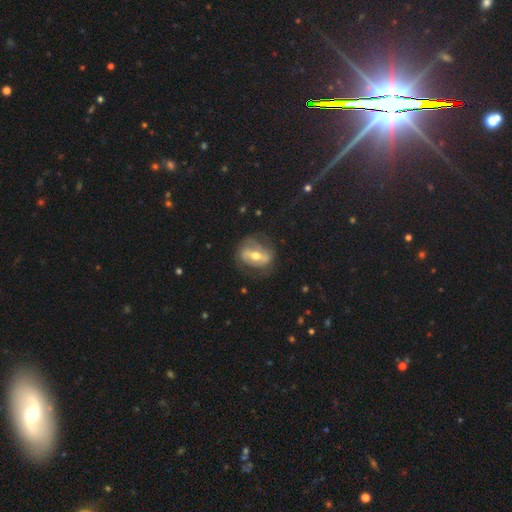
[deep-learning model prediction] Morphology: type=featured or disk (68%); edge-on=no (87%); bar=strong (60%); spiral arms=no (54%); bulge=moderate (72%); merging=none (63%).